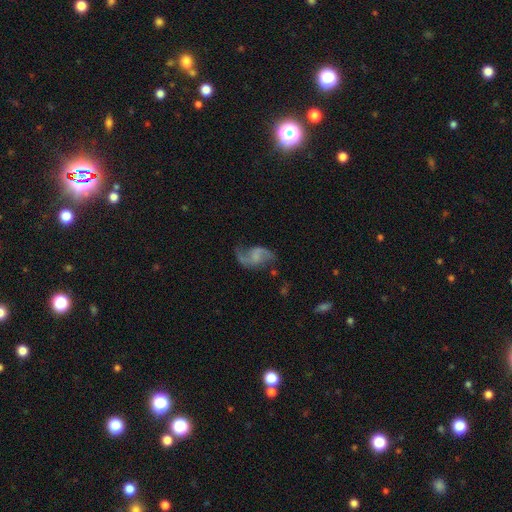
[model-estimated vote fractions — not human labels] Q: Smooth or featured?
A: featured or disk (81%); runner-up: smooth (12%)
Q: Edge-on disk?
A: no (98%); runner-up: yes (2%)
Q: Bar?
A: no (46%); runner-up: weak (43%)
Q: Spiral arms?
A: yes (93%); runner-up: no (7%)
Q: Spiral winding?
A: loose (67%); runner-up: medium (27%)
Q: Spiral arm count?
A: 2 (88%); runner-up: 1 (6%)
Q: Bulge size?
A: none (50%); runner-up: small (31%)
Q: Merging?
A: none (61%); runner-up: minor disturbance (20%)